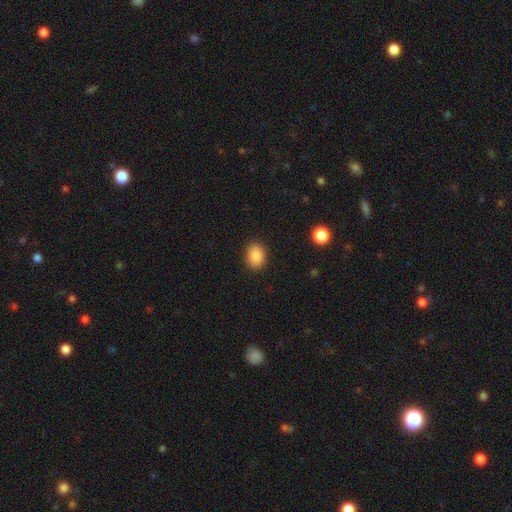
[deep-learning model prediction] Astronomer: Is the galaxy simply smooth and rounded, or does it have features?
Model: smooth — 88%.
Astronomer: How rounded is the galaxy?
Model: in between — 69%.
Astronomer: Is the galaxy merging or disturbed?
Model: none — 89%.